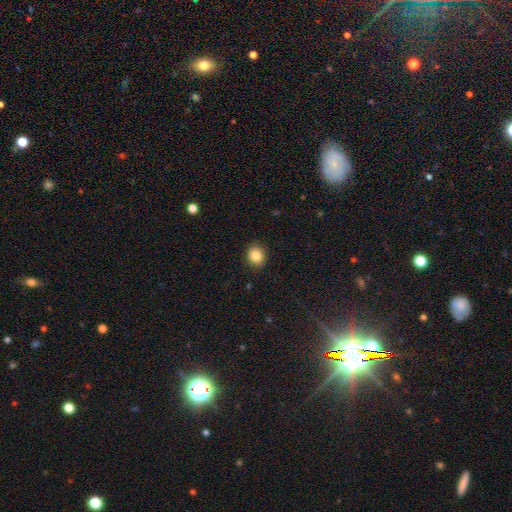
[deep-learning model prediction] This is clearly a smooth galaxy (85%). How rounded: likely round (77%). Merging: clearly none (90%).